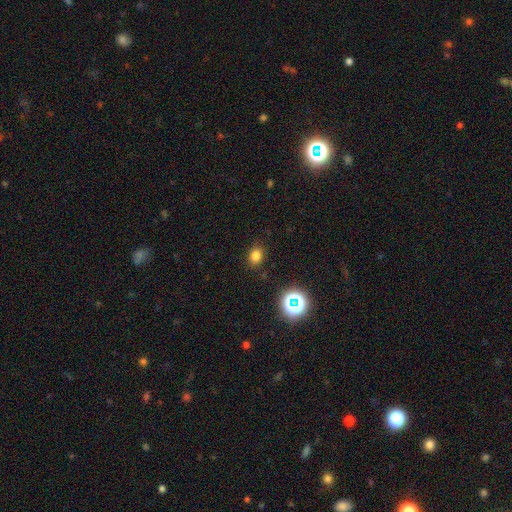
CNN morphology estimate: Smooth or featured?
  - smooth: 76% *
  - star or artifact: 18%
  - featured or disk: 6%
How rounded?
  - in between: 55% *
  - round: 44%
  - cigar-shaped: 1%
Merging?
  - none: 86% *
  - minor disturbance: 9%
  - major disturbance: 3%
  - merger: 2%